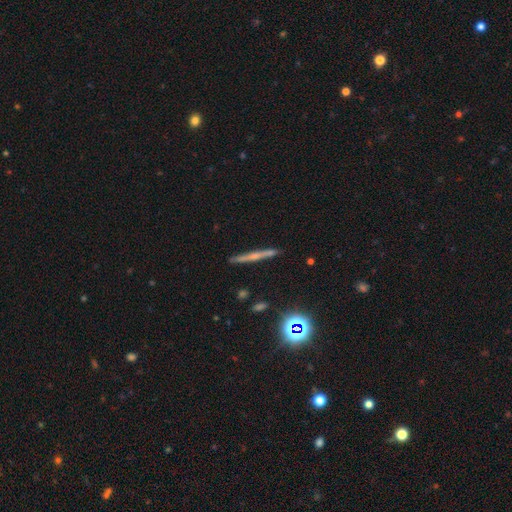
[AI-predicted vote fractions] smooth_or_featured: featured or disk (p=0.55) [alt: smooth p=0.32]
disk_edge_on: yes (p=0.96) [alt: no p=0.04]
edge_on_bulge: none (p=0.48) [alt: rounded p=0.42]
merging: none (p=0.89) [alt: minor disturbance p=0.08]